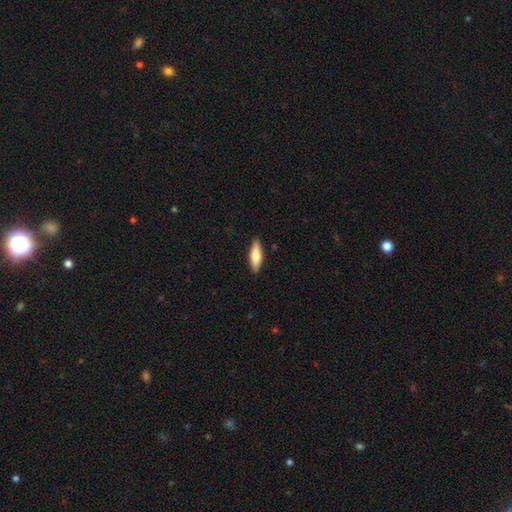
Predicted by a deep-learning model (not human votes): smooth 70%, featured or disk 24%, star or artifact 5%. Down the decision tree: how rounded — cigar-shaped (54%); merging — none (89%).